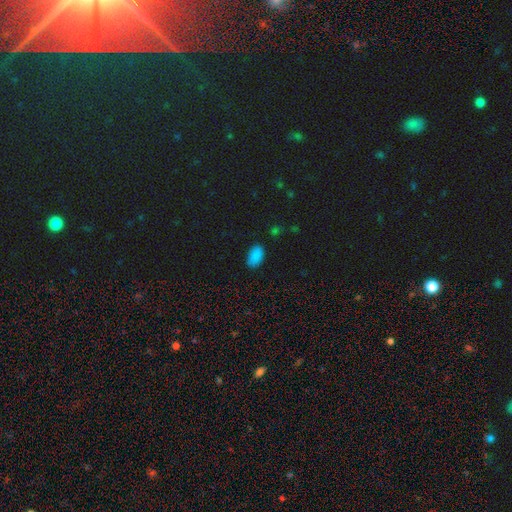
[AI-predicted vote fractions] Q: Smooth or featured?
A: smooth (85%); runner-up: star or artifact (12%)
Q: How rounded?
A: in between (94%); runner-up: round (4%)
Q: Merging?
A: none (85%); runner-up: minor disturbance (11%)